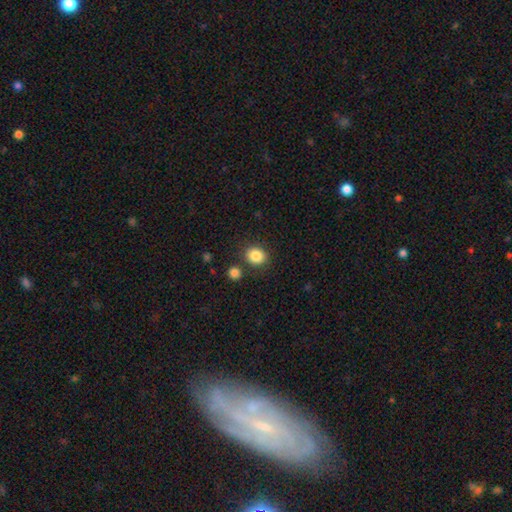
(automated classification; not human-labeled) This appears to be a smooth galaxy with no disk features (86%) that is round (67%). Merging: none (80%).